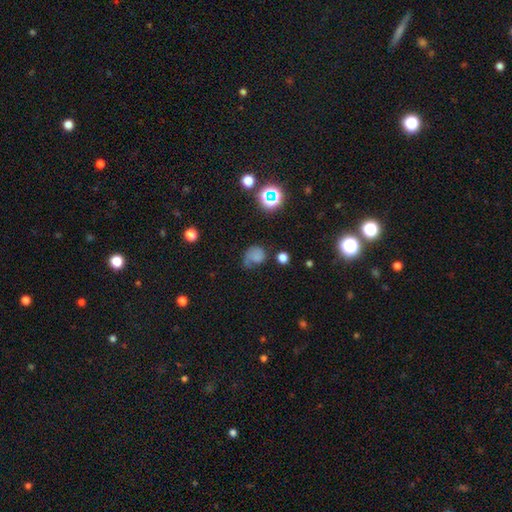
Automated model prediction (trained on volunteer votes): A smooth galaxy with no disk features (58%) that is round (66%). Merging: none (36%).